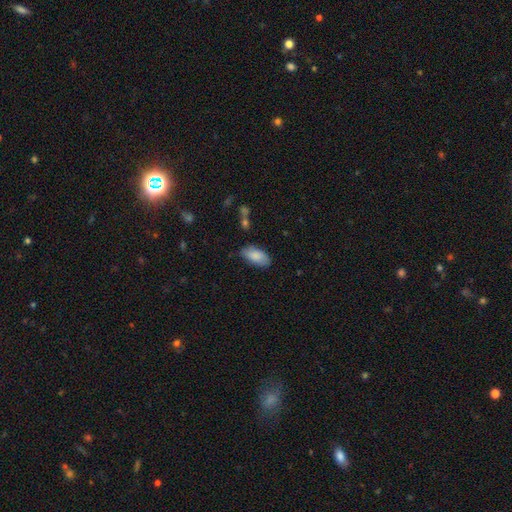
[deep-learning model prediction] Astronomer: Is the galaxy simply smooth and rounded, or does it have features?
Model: smooth — 85%.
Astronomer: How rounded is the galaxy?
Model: in between — 93%.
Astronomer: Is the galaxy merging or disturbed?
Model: none — 75%.